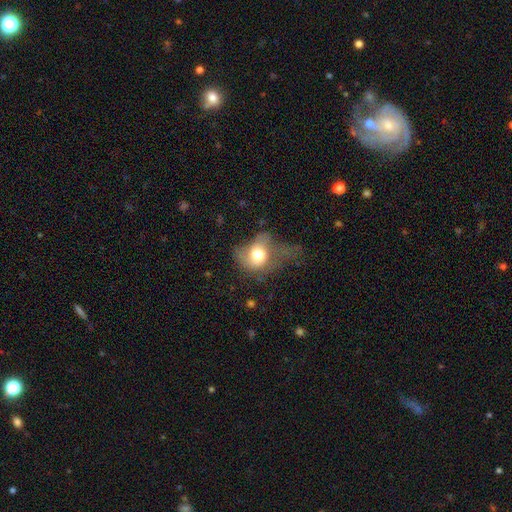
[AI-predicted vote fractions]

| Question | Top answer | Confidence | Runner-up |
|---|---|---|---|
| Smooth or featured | smooth | 55% | featured or disk (32%) |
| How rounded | round | 57% | in between (41%) |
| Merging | major disturbance | 43% | minor disturbance (27%) |